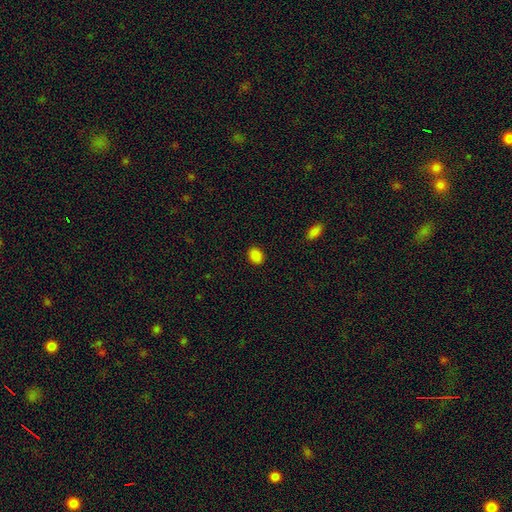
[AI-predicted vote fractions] A smooth galaxy with no disk features (87%) that is in between round and cigar-shaped (66%).

Vote fractions:
- Smooth or featured? smooth: 87% / star or artifact: 11% / featured or disk: 3%
- How rounded? in between: 66% / round: 33% / cigar-shaped: 1%
- Merging? none: 89% / minor disturbance: 7% / major disturbance: 2% / merger: 1%